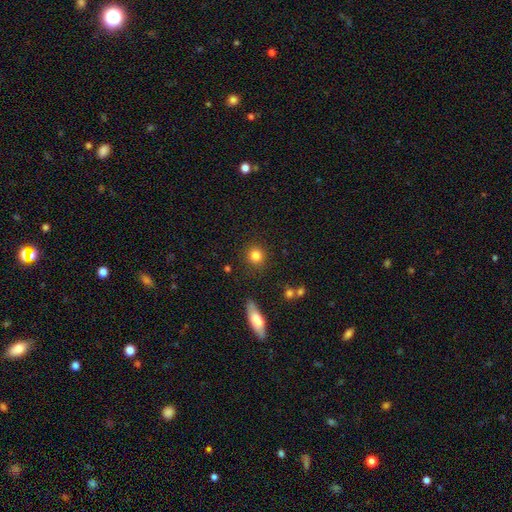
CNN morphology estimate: Smooth or featured? Predicted: smooth (p=0.83). How rounded? Predicted: round (p=0.91). Merging? Predicted: none (p=0.87).